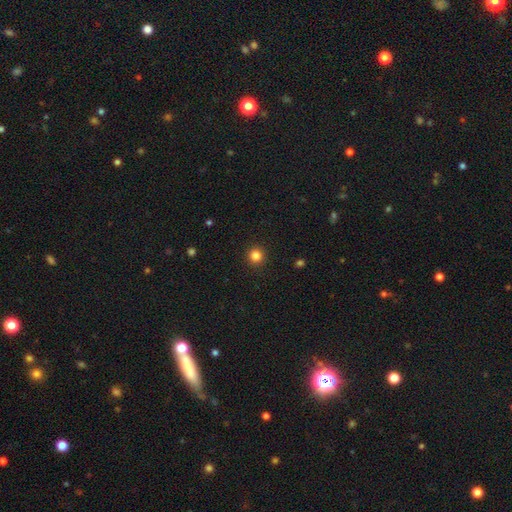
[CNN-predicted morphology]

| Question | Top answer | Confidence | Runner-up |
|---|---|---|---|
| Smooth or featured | smooth | 84% | star or artifact (12%) |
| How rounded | round | 93% | in between (6%) |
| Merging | none | 92% | minor disturbance (5%) |